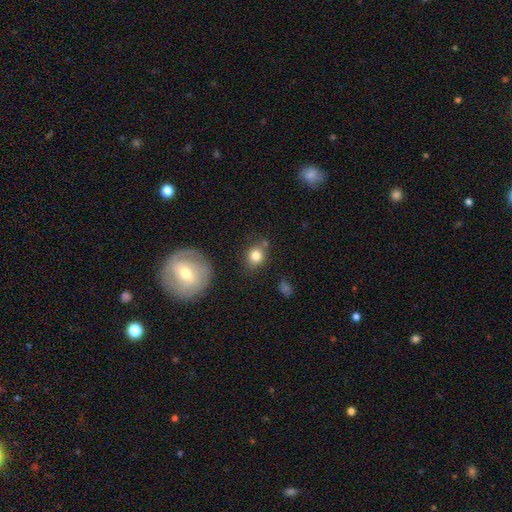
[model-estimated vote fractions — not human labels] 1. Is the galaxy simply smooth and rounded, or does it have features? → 81% smooth, 10% star or artifact, 9% featured or disk.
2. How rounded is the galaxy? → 63% round, 36% in between, 1% cigar-shaped.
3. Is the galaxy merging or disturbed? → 73% none, 15% minor disturbance, 8% merger, 4% major disturbance.